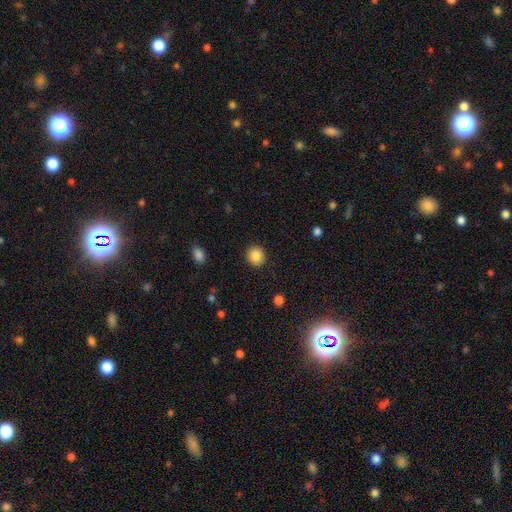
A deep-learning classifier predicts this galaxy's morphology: This is clearly a smooth galaxy (86%). How rounded: clearly round (87%). Merging: clearly none (91%).